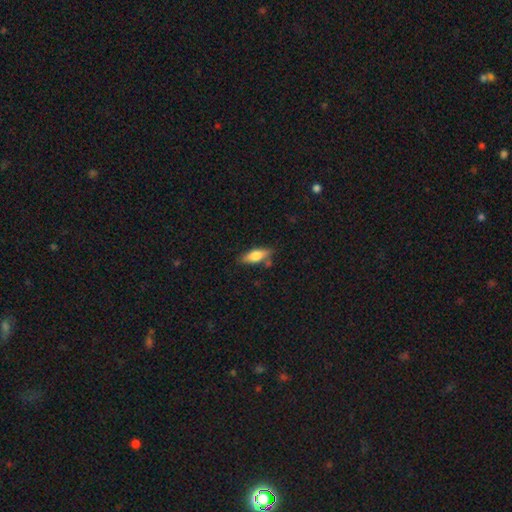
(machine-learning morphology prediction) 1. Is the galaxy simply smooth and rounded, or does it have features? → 72% smooth, 21% featured or disk, 7% star or artifact.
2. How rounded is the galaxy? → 67% in between, 30% cigar-shaped, 3% round.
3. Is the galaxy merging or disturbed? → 71% none, 18% minor disturbance, 6% merger, 4% major disturbance.